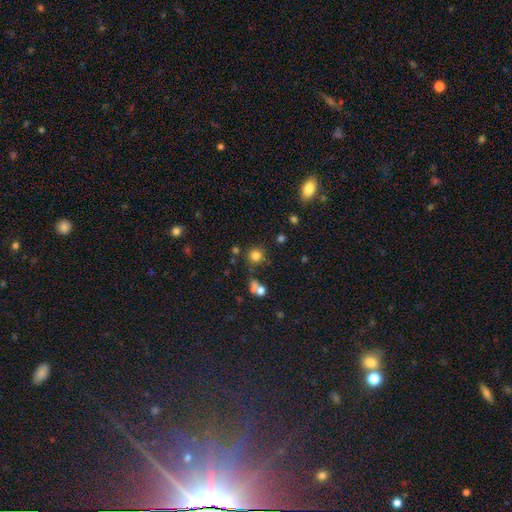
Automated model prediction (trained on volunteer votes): A smooth galaxy with no disk features (78%) that is round (92%). Merging: none (77%).